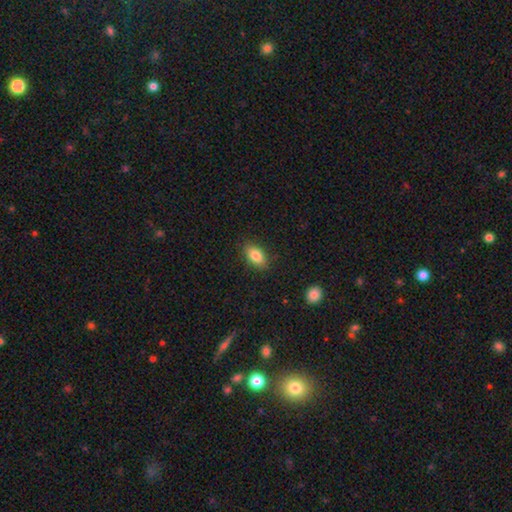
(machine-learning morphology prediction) The model was most divided on "smooth or featured": smooth: 83%, featured or disk: 9%, star or artifact: 8%. More confident: how rounded — in between (89%); merging — none (86%).